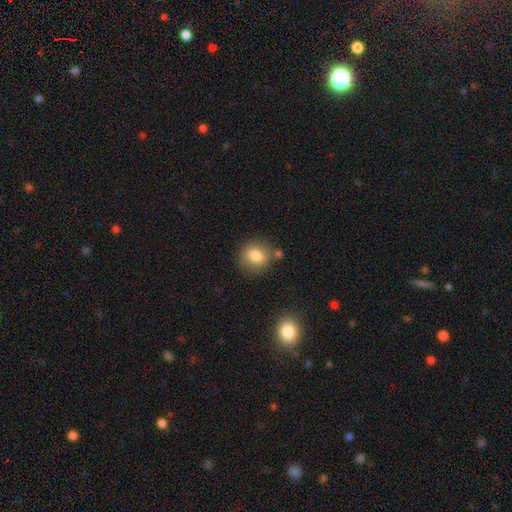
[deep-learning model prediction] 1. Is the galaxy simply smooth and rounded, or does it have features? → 81% smooth, 10% featured or disk, 10% star or artifact.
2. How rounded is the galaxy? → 75% round, 24% in between, 1% cigar-shaped.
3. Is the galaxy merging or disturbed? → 78% none, 12% minor disturbance, 7% merger, 3% major disturbance.